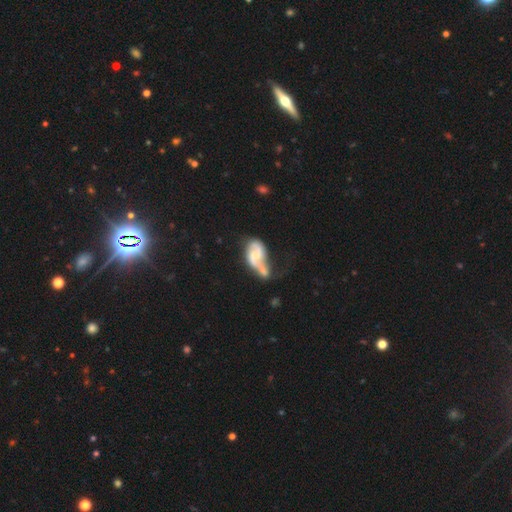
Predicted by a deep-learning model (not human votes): A featured or disk galaxy (73%) with no bar (44%), 2 (82%) loose (55%) spiral arms (85%) and a small central bulge (35%). Merging: merger (31%).